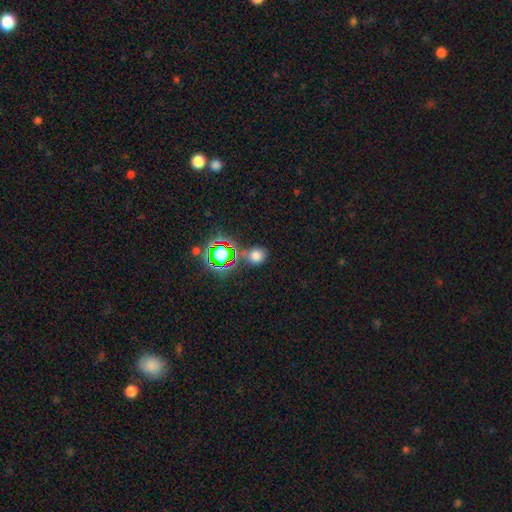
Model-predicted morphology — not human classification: This is likely a smooth galaxy (65%). How rounded: likely round (71%). Merging: likely none (67%).